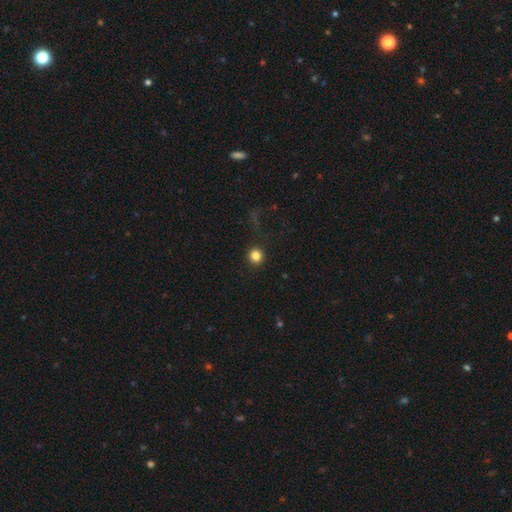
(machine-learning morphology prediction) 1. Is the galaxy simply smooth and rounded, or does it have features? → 83% smooth, 12% star or artifact, 5% featured or disk.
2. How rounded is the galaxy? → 93% round, 6% in between, 1% cigar-shaped.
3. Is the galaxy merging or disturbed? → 90% none, 6% minor disturbance, 3% major disturbance, 1% merger.